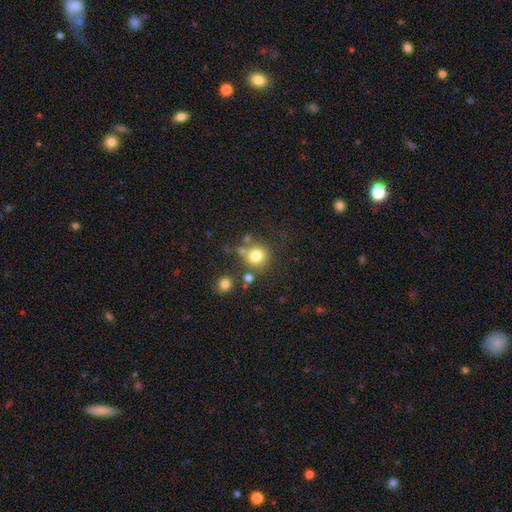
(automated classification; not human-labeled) Morphology: type=smooth (77%); roundness=round (89%); merging=none (67%).